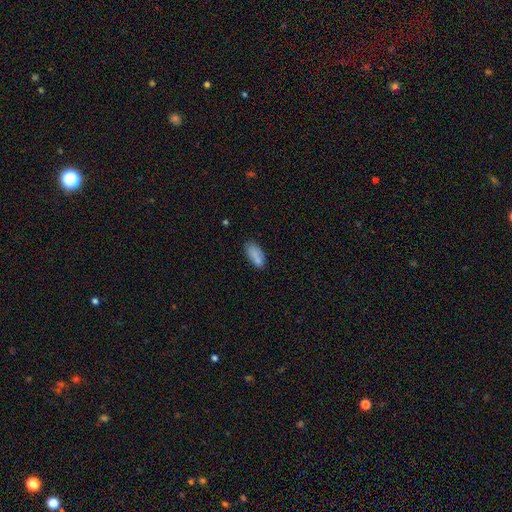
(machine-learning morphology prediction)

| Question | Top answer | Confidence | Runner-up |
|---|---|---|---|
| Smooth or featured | smooth | 83% | featured or disk (9%) |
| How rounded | in between | 85% | cigar-shaped (12%) |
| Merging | none | 67% | minor disturbance (21%) |